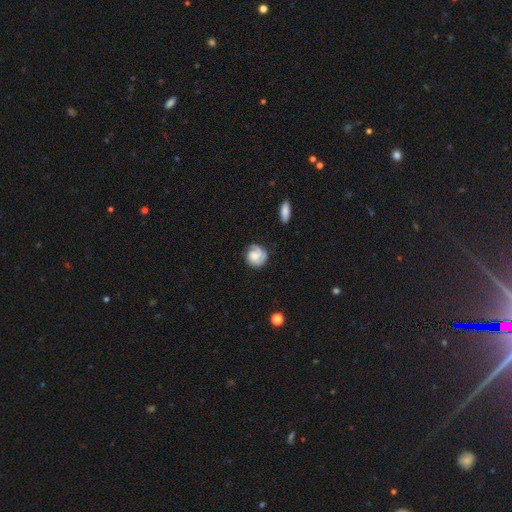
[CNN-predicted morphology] smooth-or-featured: featured or disk: 53% | smooth: 39% | star or artifact: 8%
  disk-edge-on: no: 97% | yes: 3%
    bar: no: 68% | weak: 27% | strong: 4%
    has-spiral-arms: yes: 89% | no: 11%
    bulge-size: moderate: 36% | small: 34% | none: 18% | large: 10% | dominant: 2%
  merging: none: 67% | minor disturbance: 21% | major disturbance: 10% | merger: 2%